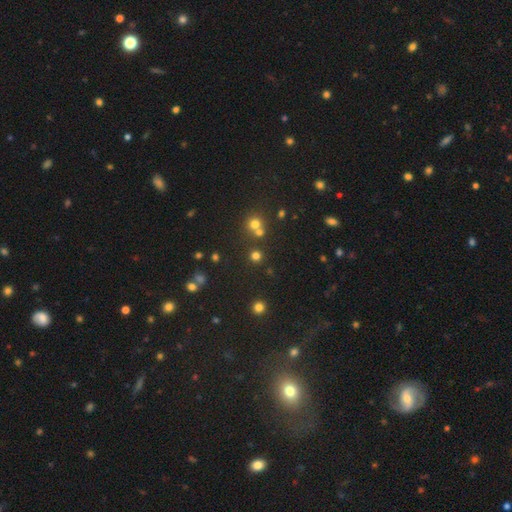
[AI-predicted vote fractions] Smooth or featured?
  - smooth: 71% *
  - star or artifact: 23%
  - featured or disk: 7%
How rounded?
  - round: 92% *
  - in between: 7%
  - cigar-shaped: 1%
Merging?
  - none: 76% *
  - merger: 15%
  - minor disturbance: 6%
  - major disturbance: 3%